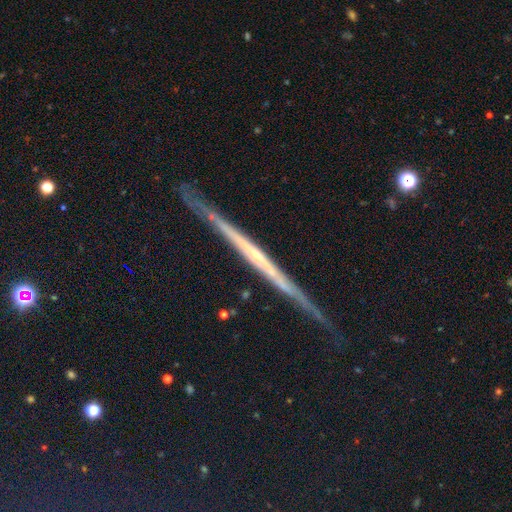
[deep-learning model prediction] Smooth or featured? Predicted: featured or disk (p=0.77). Edge-on disk? Predicted: yes (p=0.96). Edge-on bulge? Predicted: none (p=0.59). Merging? Predicted: none (p=0.81).